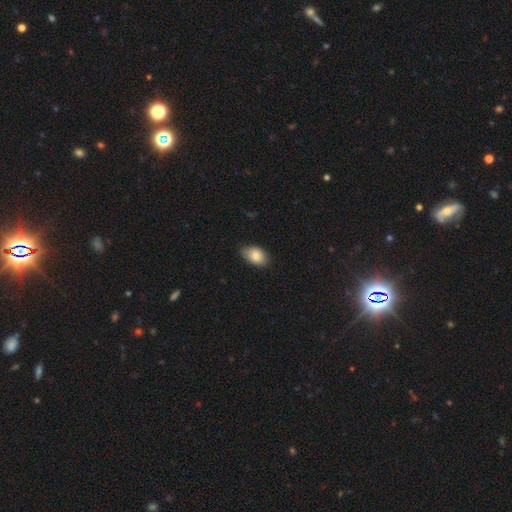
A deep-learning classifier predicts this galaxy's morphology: smooth 83%, featured or disk 9%, star or artifact 8%. Down the decision tree: how rounded — in between (86%); merging — none (74%).